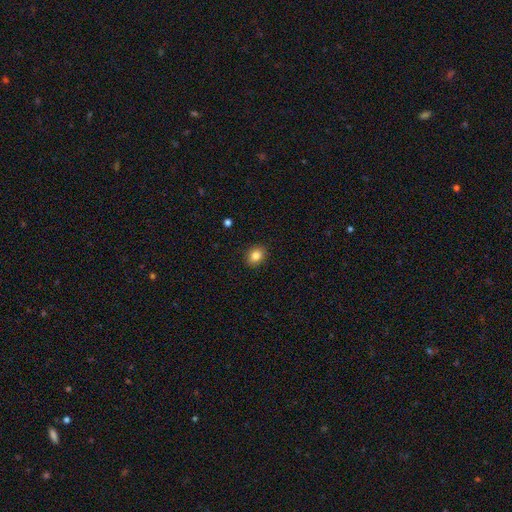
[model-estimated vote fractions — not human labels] Smooth or featured: smooth — 84% (star or artifact — 10%)
How rounded: round — 54% (in between — 45%)
Merging: none — 90% (minor disturbance — 7%)